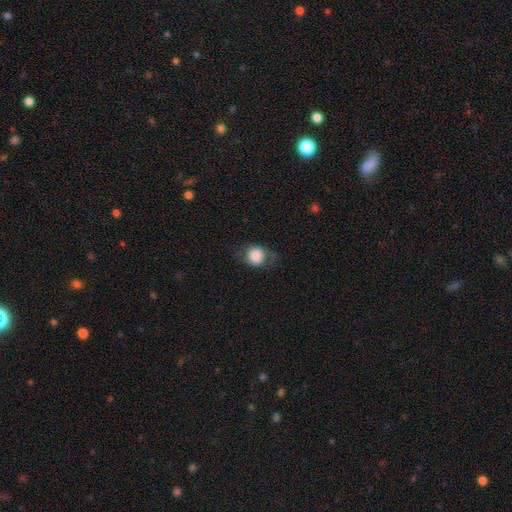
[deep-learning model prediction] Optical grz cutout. It shows a smooth galaxy with no disk features (74%) that is round (78%). Merging: none (68%).